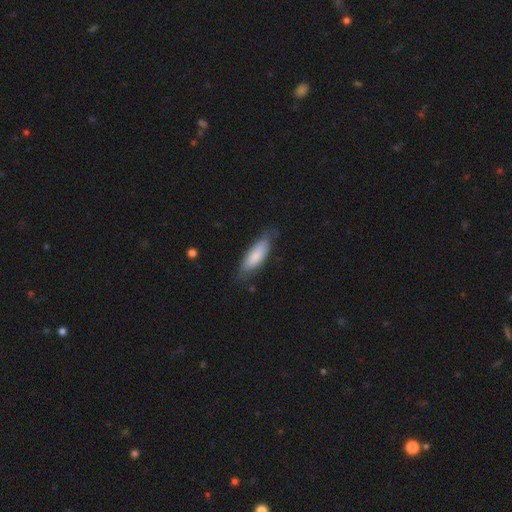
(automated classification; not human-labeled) The model was most divided on "how rounded": in between: 60%, cigar-shaped: 39%, round: 1%. More confident: smooth or featured — smooth (80%); merging — none (71%).